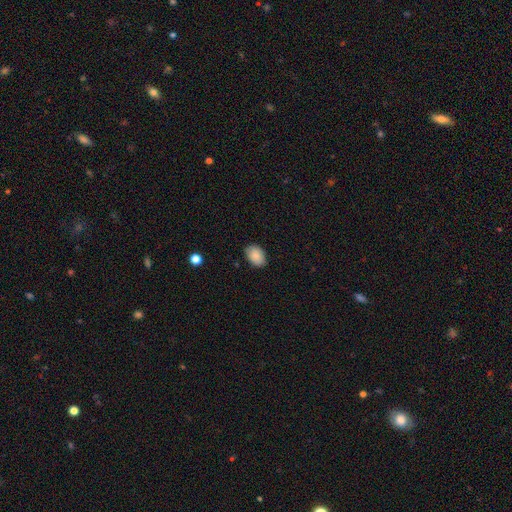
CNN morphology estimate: A smooth galaxy with no disk features (88%) that is in between round and cigar-shaped (84%). Merging: none (85%).